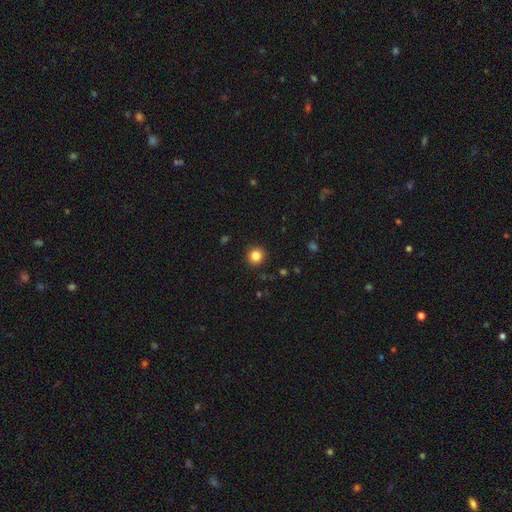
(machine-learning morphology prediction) Smooth or featured?
  - smooth: 84% *
  - star or artifact: 11%
  - featured or disk: 5%
How rounded?
  - round: 93% *
  - in between: 6%
  - cigar-shaped: 1%
Merging?
  - none: 92% *
  - minor disturbance: 5%
  - major disturbance: 2%
  - merger: 1%